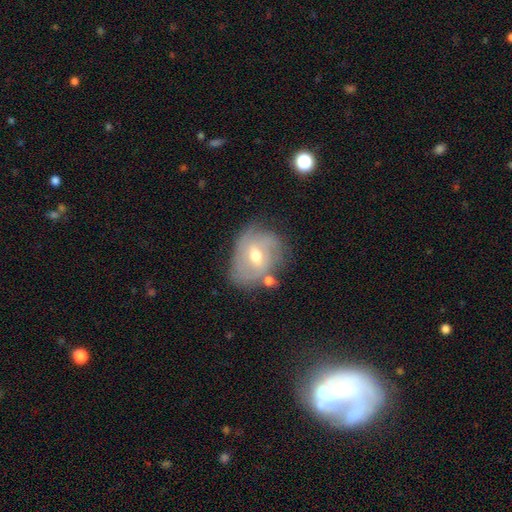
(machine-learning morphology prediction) smooth-or-featured: featured or disk: 67% | smooth: 24% | star or artifact: 9%
  disk-edge-on: no: 96% | yes: 4%
    bar: weak: 47% | no: 41% | strong: 12%
    has-spiral-arms: yes: 76% | no: 24%
    bulge-size: moderate: 69% | small: 26% | large: 3% | none: 1% | dominant: 1%
  merging: none: 58% | minor disturbance: 26% | major disturbance: 10% | merger: 7%